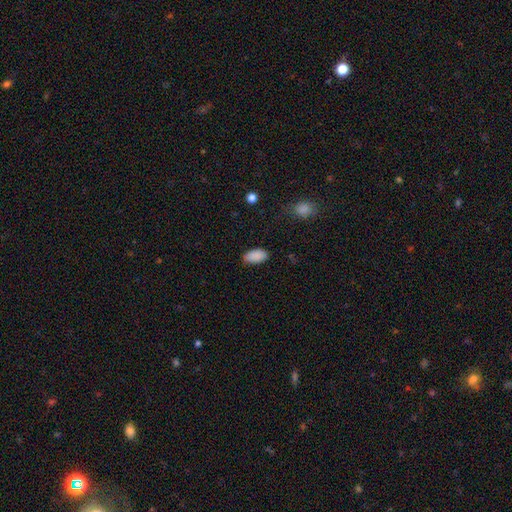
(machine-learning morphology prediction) A smooth galaxy with no disk features (89%) that is in between round and cigar-shaped (94%).

Vote fractions:
- Smooth or featured? smooth: 89% / star or artifact: 8% / featured or disk: 4%
- How rounded? in between: 94% / round: 3% / cigar-shaped: 3%
- Merging? none: 80% / minor disturbance: 16% / major disturbance: 3% / merger: 1%